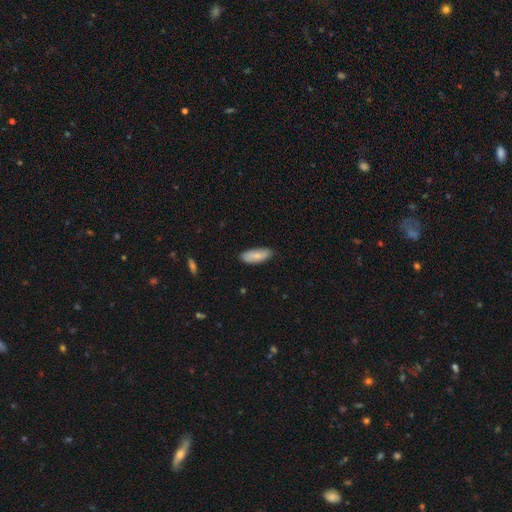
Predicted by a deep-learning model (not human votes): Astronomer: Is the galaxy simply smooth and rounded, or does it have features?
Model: smooth — 80%.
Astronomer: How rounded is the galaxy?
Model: in between — 79%.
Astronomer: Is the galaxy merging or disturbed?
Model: none — 80%.